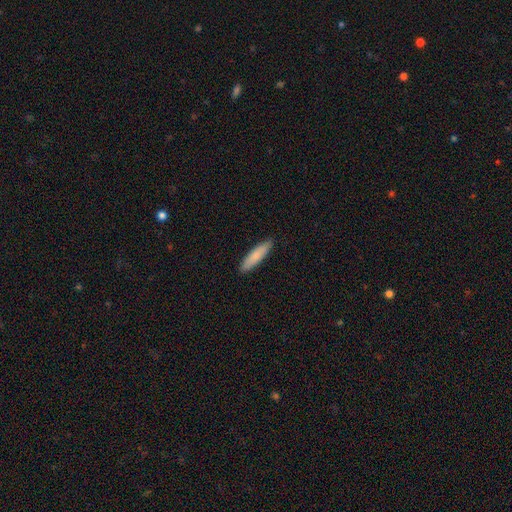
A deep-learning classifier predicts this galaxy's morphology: Smooth or featured?
  - smooth: 81% *
  - featured or disk: 13%
  - star or artifact: 5%
How rounded?
  - cigar-shaped: 74% *
  - in between: 24%
  - round: 1%
Merging?
  - none: 90% *
  - minor disturbance: 8%
  - major disturbance: 1%
  - merger: 1%